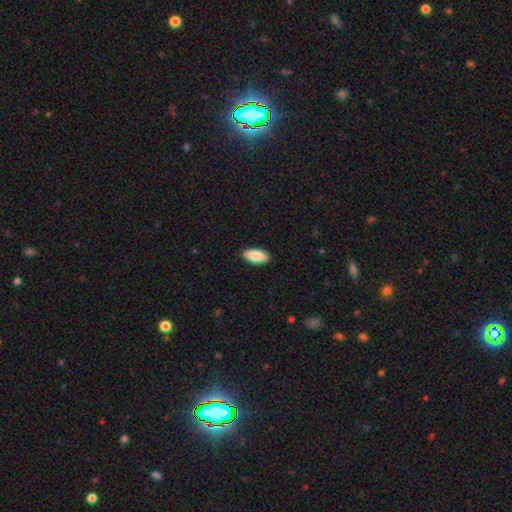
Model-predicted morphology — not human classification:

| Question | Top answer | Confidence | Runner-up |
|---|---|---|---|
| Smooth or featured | smooth | 89% | star or artifact (6%) |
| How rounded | in between | 91% | cigar-shaped (7%) |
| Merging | none | 90% | minor disturbance (7%) |